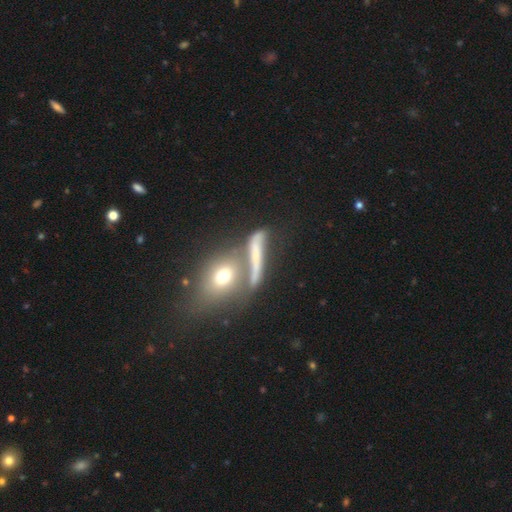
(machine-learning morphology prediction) This is possibly a smooth galaxy (45%). Merging: marginally none (39%).